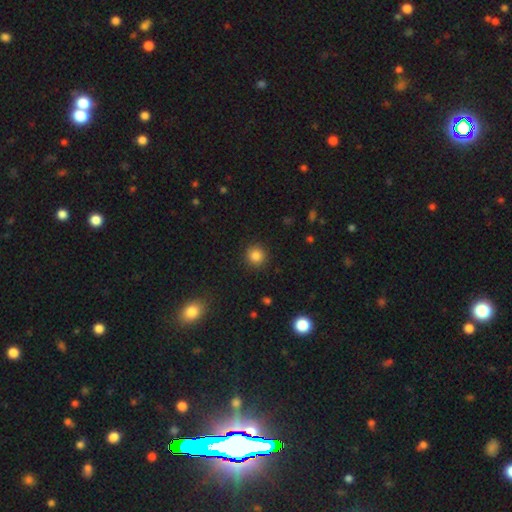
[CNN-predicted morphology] A smooth galaxy with no disk features (84%) that is round (93%).

Vote fractions:
- Smooth or featured? smooth: 84% / star or artifact: 11% / featured or disk: 4%
- How rounded? round: 93% / in between: 6% / cigar-shaped: 1%
- Merging? none: 91% / minor disturbance: 6% / major disturbance: 2% / merger: 1%